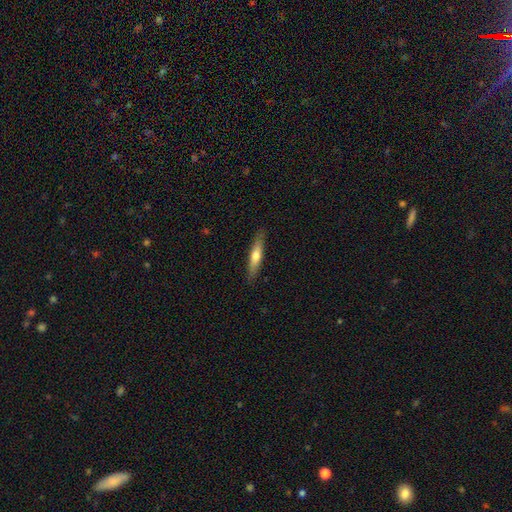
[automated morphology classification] smooth 61%, featured or disk 33%, star or artifact 6%. Down the decision tree: how rounded — cigar-shaped (83%); merging — none (85%).